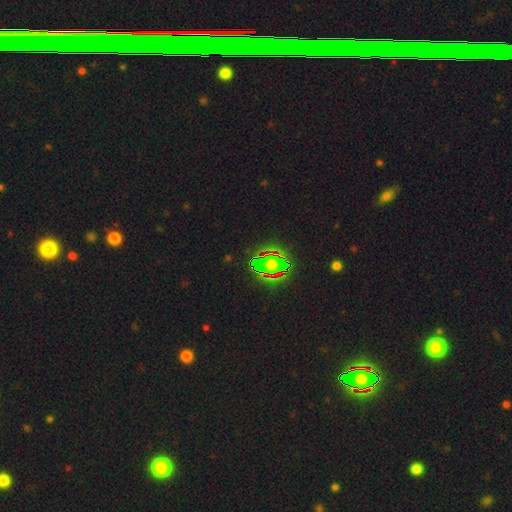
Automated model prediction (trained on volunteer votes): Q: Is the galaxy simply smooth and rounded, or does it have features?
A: star or artifact — 77%.